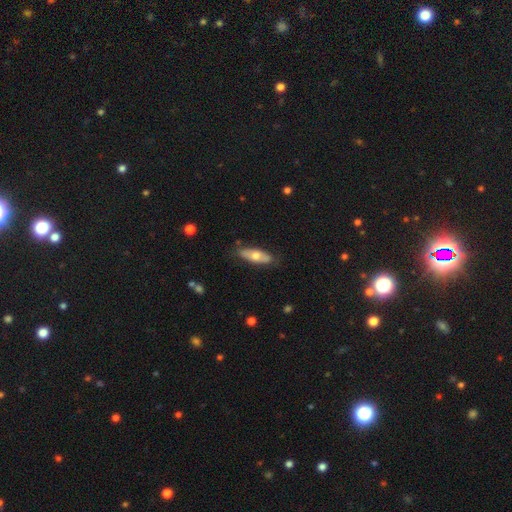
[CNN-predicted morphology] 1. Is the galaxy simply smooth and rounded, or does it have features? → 57% smooth, 38% featured or disk, 5% star or artifact.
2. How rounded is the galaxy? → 66% in between, 31% cigar-shaped, 2% round.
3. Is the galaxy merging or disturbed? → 79% none, 16% minor disturbance, 3% major disturbance, 2% merger.